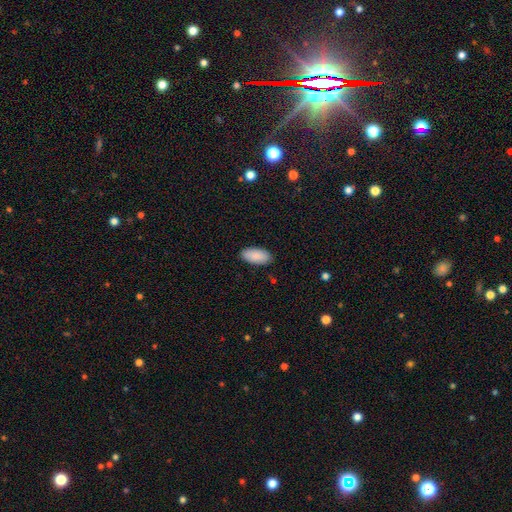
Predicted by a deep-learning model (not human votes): Smooth or featured?
  - smooth: 90% *
  - star or artifact: 6%
  - featured or disk: 4%
How rounded?
  - in between: 95% *
  - cigar-shaped: 4%
  - round: 2%
Merging?
  - none: 88% *
  - minor disturbance: 9%
  - major disturbance: 2%
  - merger: 1%